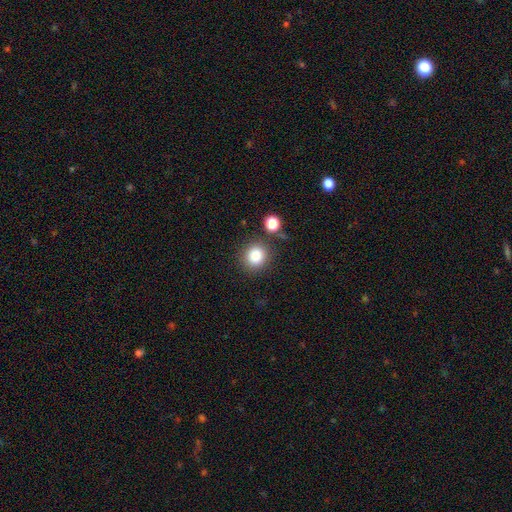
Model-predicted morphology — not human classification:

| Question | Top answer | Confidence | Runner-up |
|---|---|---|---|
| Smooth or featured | smooth | 84% | star or artifact (11%) |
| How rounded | round | 86% | in between (13%) |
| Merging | none | 80% | minor disturbance (10%) |